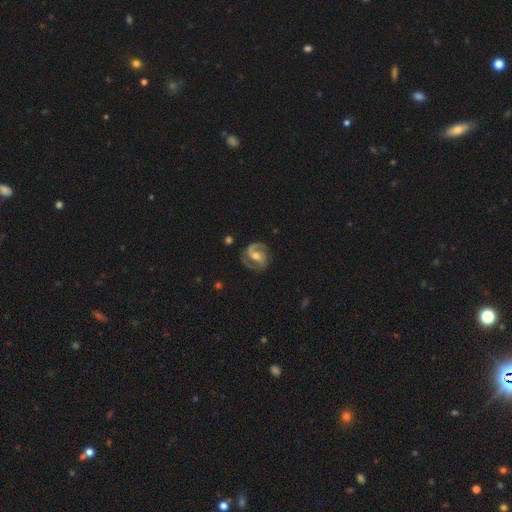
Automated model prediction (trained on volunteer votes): This is clearly a featured or disk galaxy (87%). It is clearly not viewed edge-on (97%). Bar: marginally weak (43%). Spiral arm pattern: clearly yes (96%). Spiral arm count: clearly 2 (88%). Spiral winding: possibly medium (54%). Central bulge: likely moderate (67%). Merging: likely none (80%).